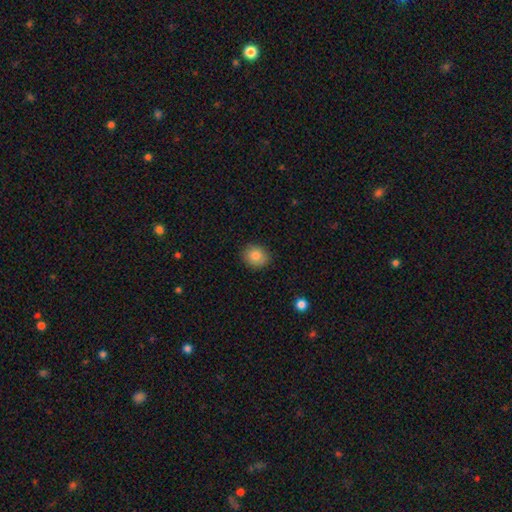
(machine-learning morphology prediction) smooth_or_featured: smooth (p=0.84) [alt: star or artifact p=0.09]
how_rounded: round (p=0.69) [alt: in between p=0.31]
merging: none (p=0.89) [alt: minor disturbance p=0.08]